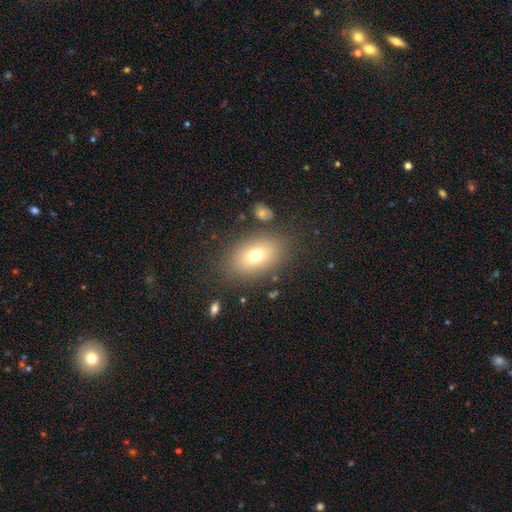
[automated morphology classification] smooth 73%, featured or disk 16%, star or artifact 11%. Down the decision tree: how rounded — in between (83%); merging — none (81%).